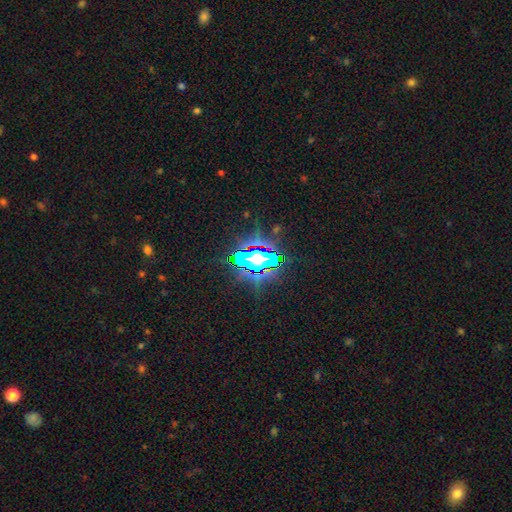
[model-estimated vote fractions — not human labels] This is likely a star or artifact rather than a galaxy (80%).